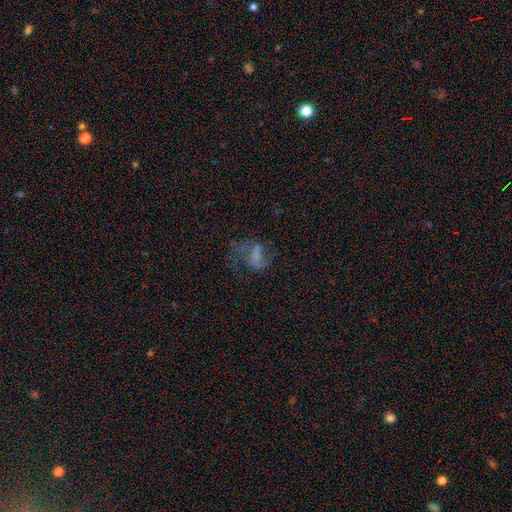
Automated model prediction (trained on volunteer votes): This is marginally a featured or disk galaxy (41%). Merging: possibly major disturbance (45%).